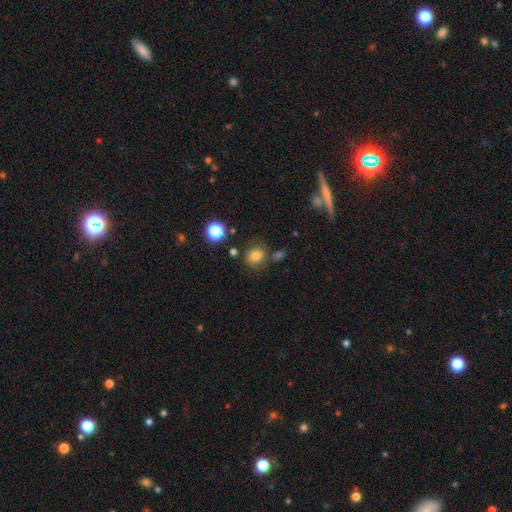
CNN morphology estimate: Smooth or featured? Predicted: smooth (p=0.76). How rounded? Predicted: round (p=0.73). Merging? Predicted: none (p=0.69).